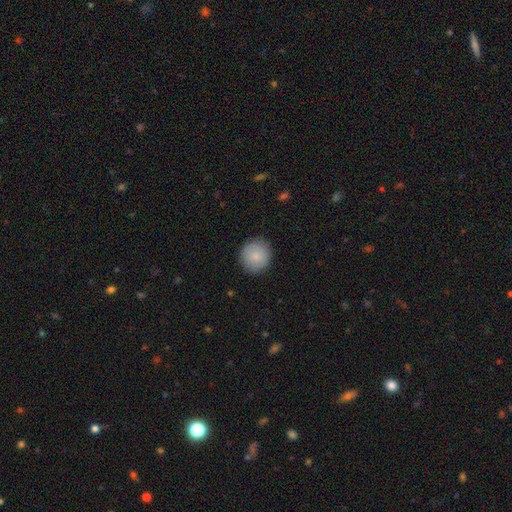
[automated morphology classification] The model was most divided on "smooth or featured": smooth: 85%, featured or disk: 8%, star or artifact: 7%. More confident: how rounded — round (92%); merging — none (88%).